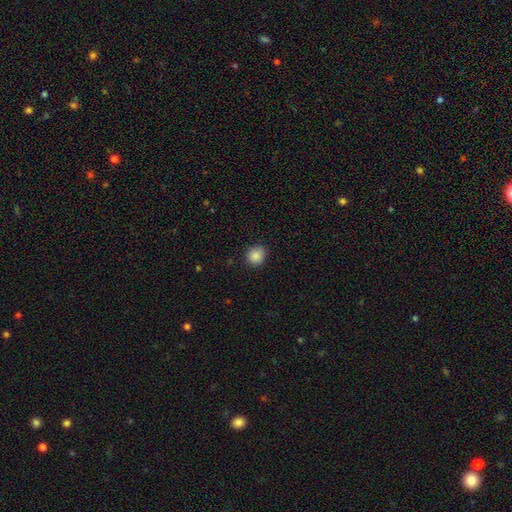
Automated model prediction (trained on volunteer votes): Morphology: type=smooth (87%); roundness=round (86%); merging=none (87%).